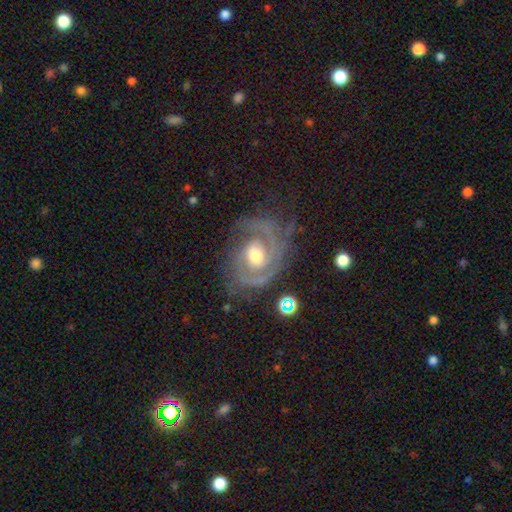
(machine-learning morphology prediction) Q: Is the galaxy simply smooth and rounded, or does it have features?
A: featured or disk — 89%.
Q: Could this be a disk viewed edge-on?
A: no — 97%.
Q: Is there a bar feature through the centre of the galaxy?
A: no — 59%.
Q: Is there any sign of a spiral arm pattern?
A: yes — 95%.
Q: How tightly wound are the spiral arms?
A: tight — 59%.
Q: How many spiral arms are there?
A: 2 — 52%.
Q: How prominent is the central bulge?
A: moderate — 71%.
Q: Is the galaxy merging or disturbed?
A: none — 64%.